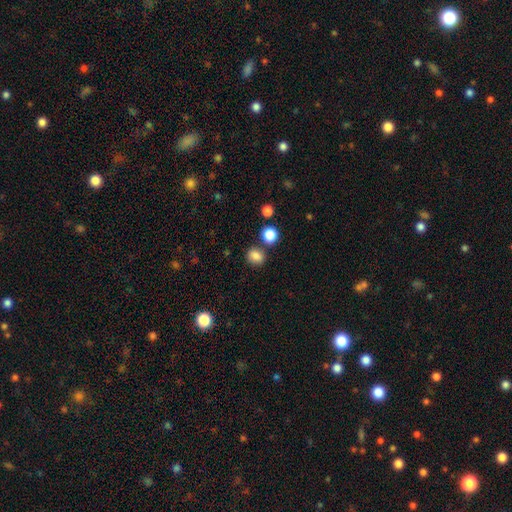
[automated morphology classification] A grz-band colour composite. It shows a smooth galaxy with no disk features (83%) that is round (62%). Merging: none (75%).